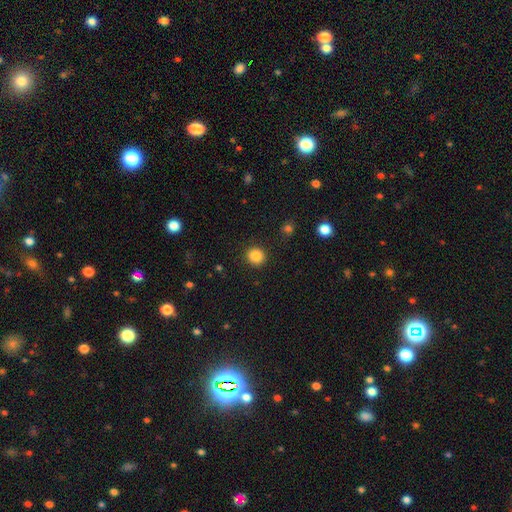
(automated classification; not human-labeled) Overall: smooth (86%). How rounded: round (92%). Merging: none (91%).